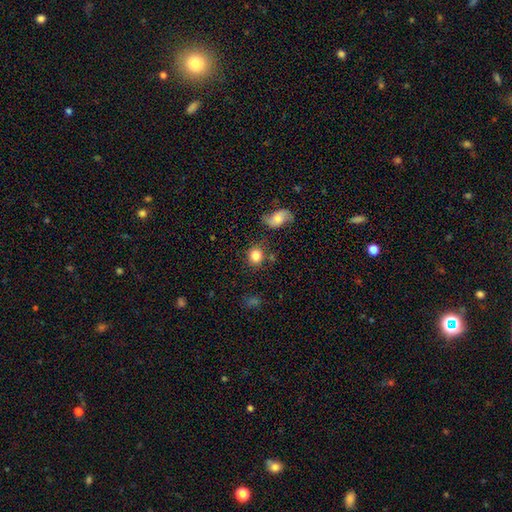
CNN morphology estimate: Q: Smooth or featured?
A: smooth (83%); runner-up: star or artifact (9%)
Q: How rounded?
A: round (79%); runner-up: in between (20%)
Q: Merging?
A: none (74%); runner-up: minor disturbance (13%)